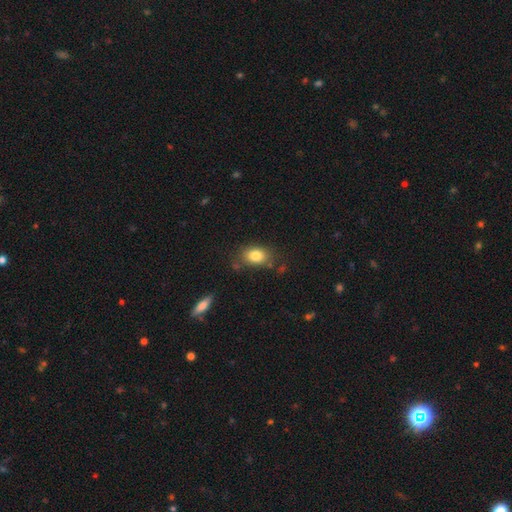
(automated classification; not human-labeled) smooth-or-featured: smooth: 82% | star or artifact: 9% | featured or disk: 9%
  how-rounded: in between: 74% | round: 24% | cigar-shaped: 1%
  merging: none: 74% | minor disturbance: 16% | major disturbance: 5% | merger: 5%